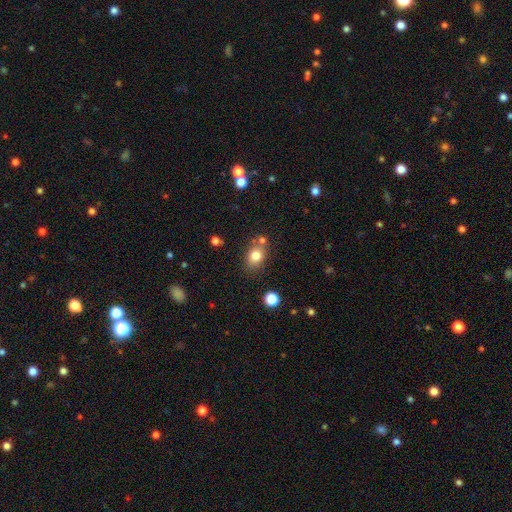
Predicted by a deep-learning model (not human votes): The model was most divided on "how rounded": in between: 60%, round: 39%, cigar-shaped: 1%. More confident: smooth or featured — smooth (80%); merging — none (68%).